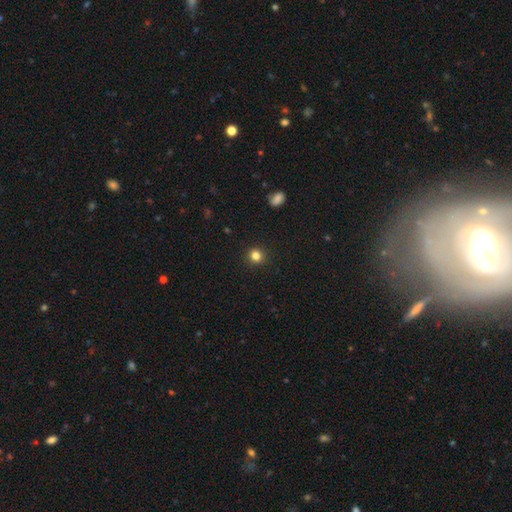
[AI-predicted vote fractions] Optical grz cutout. It shows a smooth galaxy with no disk features (83%) that is round (92%). Merging: none (92%).